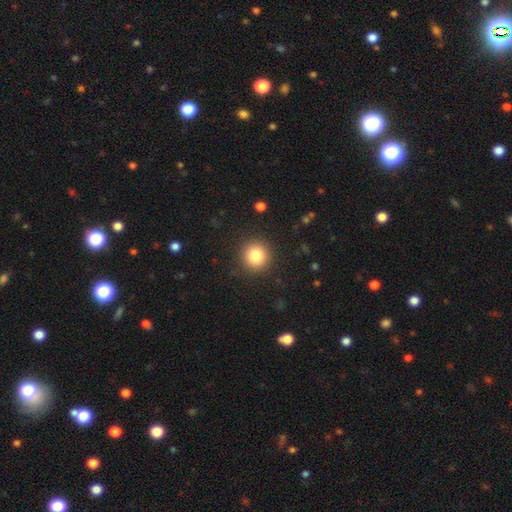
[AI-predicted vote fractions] Smooth or featured: smooth — 83% (star or artifact — 10%)
How rounded: round — 94% (in between — 5%)
Merging: none — 90% (minor disturbance — 6%)